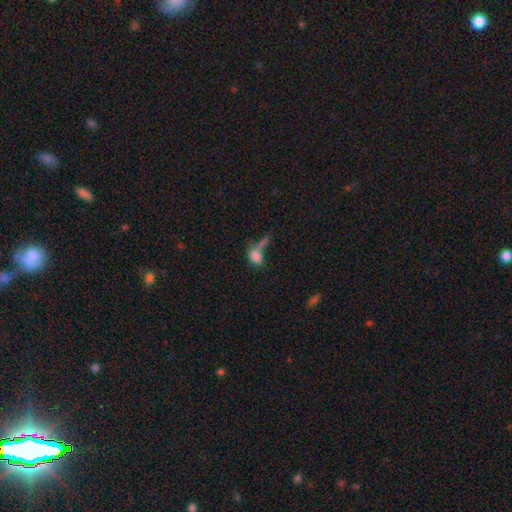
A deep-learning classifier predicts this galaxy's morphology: Smooth or featured: smooth — 73% (featured or disk — 15%)
How rounded: in between — 70% (round — 23%)
Merging: merger — 33% (none — 30%)